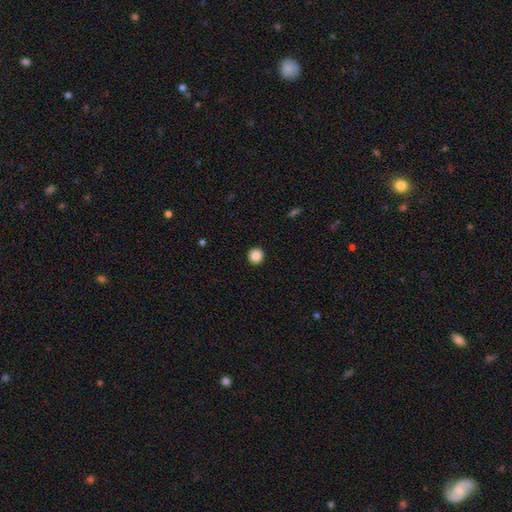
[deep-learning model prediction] Morphology: type=smooth (87%); roundness=round (95%); merging=none (94%).